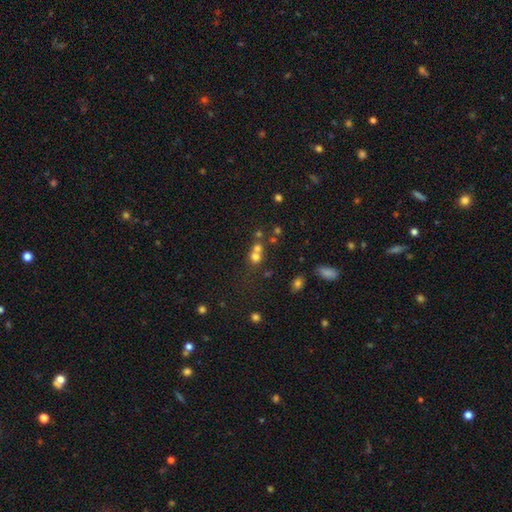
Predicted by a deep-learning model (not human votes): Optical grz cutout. It shows a smooth galaxy with no disk features (60%) that is round (80%). Merging: merger (47%).